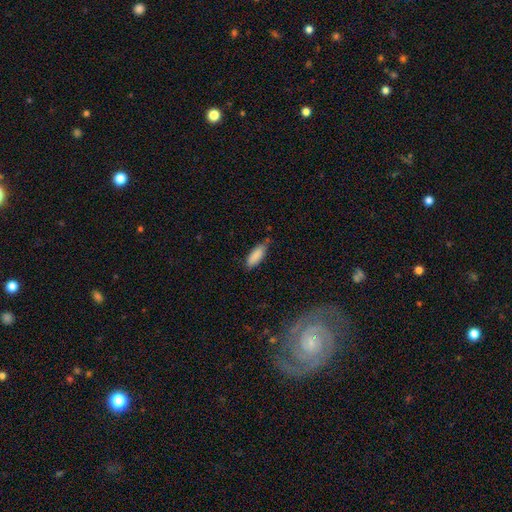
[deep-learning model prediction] The model was most divided on "how rounded": in between: 70%, cigar-shaped: 28%, round: 2%. More confident: smooth or featured — smooth (87%); merging — none (69%).